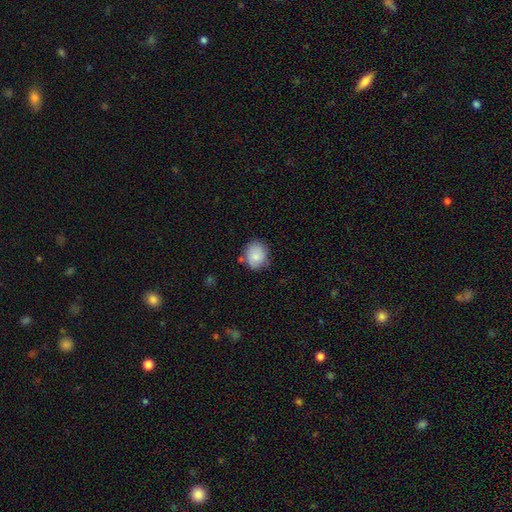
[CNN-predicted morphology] smooth 82%, featured or disk 10%, star or artifact 8%. Down the decision tree: how rounded — round (66%); merging — none (72%).